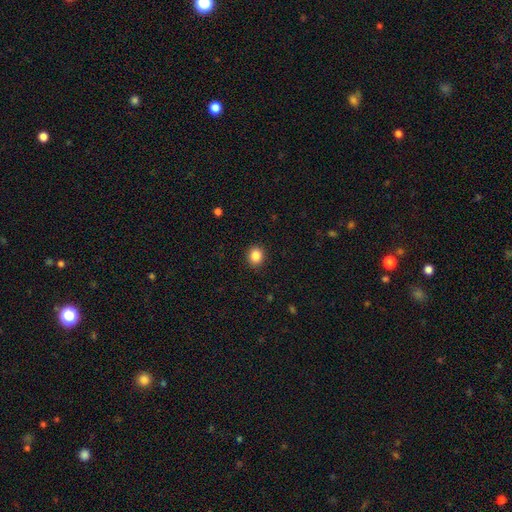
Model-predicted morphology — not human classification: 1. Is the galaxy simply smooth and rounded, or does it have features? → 86% smooth, 10% star or artifact, 4% featured or disk.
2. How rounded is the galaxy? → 72% round, 27% in between, 1% cigar-shaped.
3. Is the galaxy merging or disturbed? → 91% none, 6% minor disturbance, 2% major disturbance, 1% merger.